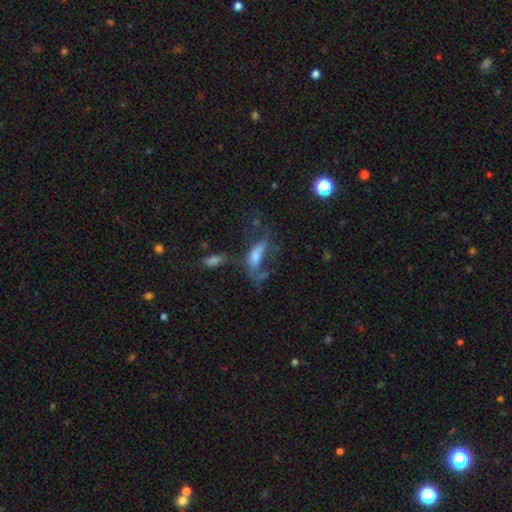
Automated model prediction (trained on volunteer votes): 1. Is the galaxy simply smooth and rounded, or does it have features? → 43% featured or disk, 42% smooth, 15% star or artifact.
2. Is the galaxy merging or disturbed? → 42% major disturbance, 25% none, 17% merger, 16% minor disturbance.